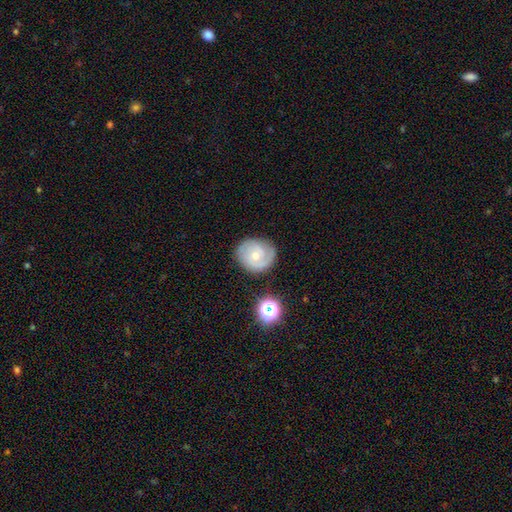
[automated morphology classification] A featured or disk galaxy (60%) with no bar (73%), spiral arms (86%) and a small central bulge (56%). Merging: none (74%).